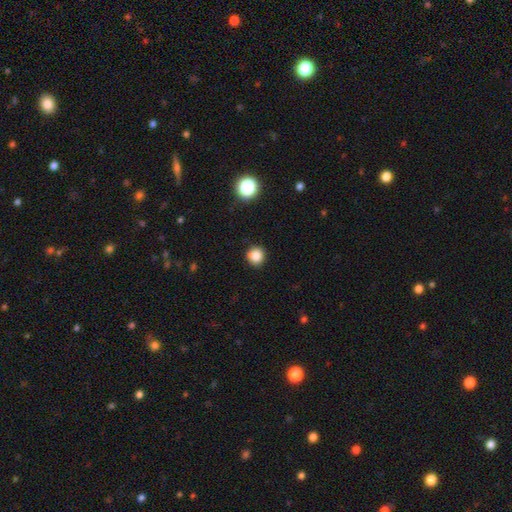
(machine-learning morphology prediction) A smooth galaxy with no disk features (84%) that is round (90%).

Vote fractions:
- Smooth or featured? smooth: 84% / star or artifact: 12% / featured or disk: 4%
- How rounded? round: 90% / in between: 9% / cigar-shaped: 1%
- Merging? none: 86% / minor disturbance: 10% / major disturbance: 2% / merger: 2%